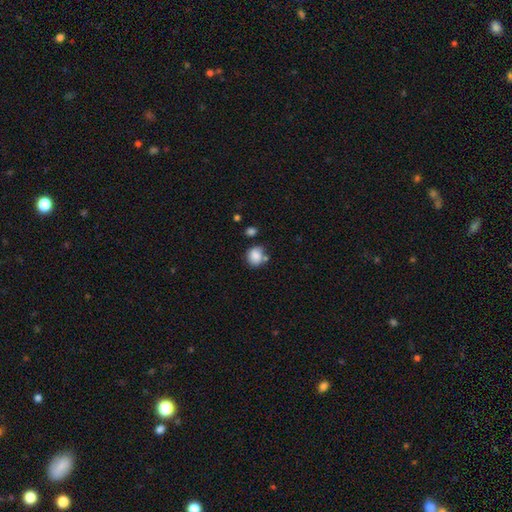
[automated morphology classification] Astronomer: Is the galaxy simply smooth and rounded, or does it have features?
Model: smooth — 85%.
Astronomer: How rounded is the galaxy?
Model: round — 70%.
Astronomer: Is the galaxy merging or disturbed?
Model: none — 61%.